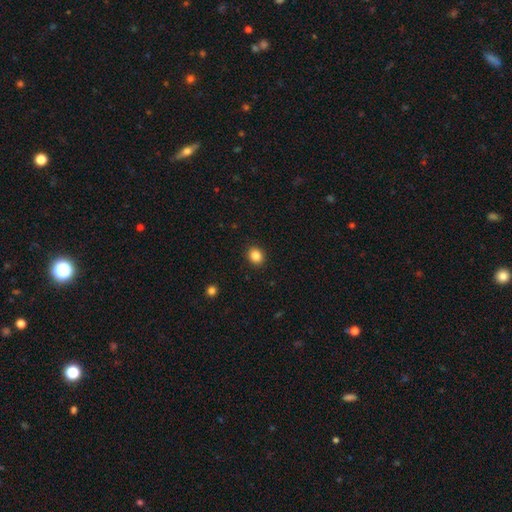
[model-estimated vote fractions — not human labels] Smooth or featured?
  - smooth: 86% *
  - star or artifact: 10%
  - featured or disk: 4%
How rounded?
  - round: 64% *
  - in between: 35%
  - cigar-shaped: 1%
Merging?
  - none: 91% *
  - minor disturbance: 6%
  - major disturbance: 2%
  - merger: 1%